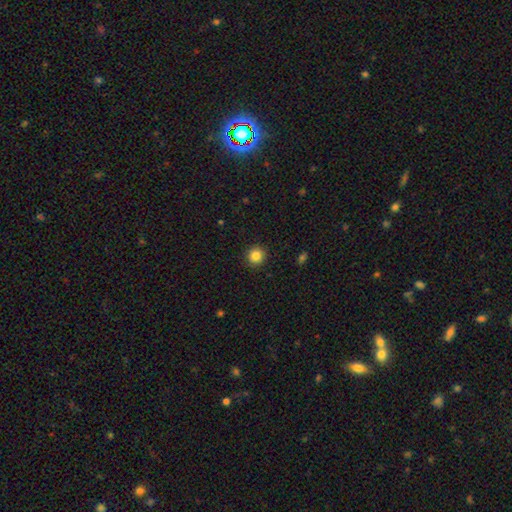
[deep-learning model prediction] Overall: smooth (85%). How rounded: round (93%). Merging: none (92%).